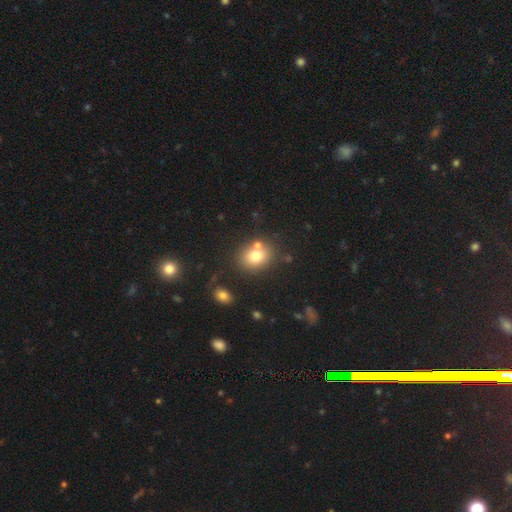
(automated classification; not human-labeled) This is likely a smooth galaxy (75%). How rounded: possibly round (57%). Merging: likely none (67%).